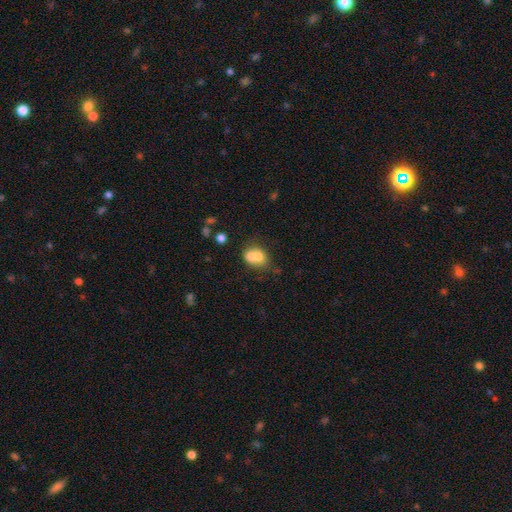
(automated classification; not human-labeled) A smooth galaxy with no disk features (72%) that is in between round and cigar-shaped (62%).

Vote fractions:
- Smooth or featured? smooth: 72% / featured or disk: 19% / star or artifact: 10%
- How rounded? in between: 62% / round: 37% / cigar-shaped: 2%
- Merging? merger: 50% / none: 29% / minor disturbance: 14% / major disturbance: 7%